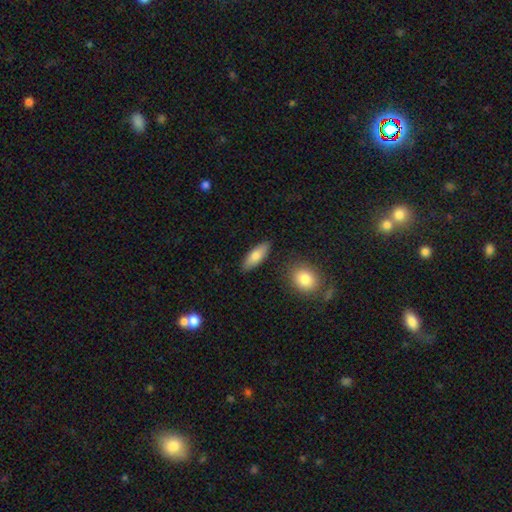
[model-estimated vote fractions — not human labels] This is likely a smooth galaxy (77%). How rounded: likely in between (69%). Merging: clearly none (84%).